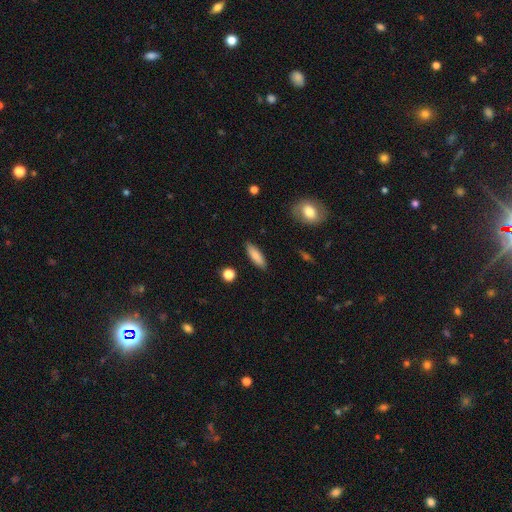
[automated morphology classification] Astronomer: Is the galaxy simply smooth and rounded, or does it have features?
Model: smooth — 84%.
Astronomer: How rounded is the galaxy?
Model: in between — 51% (runner-up: cigar-shaped, 47%).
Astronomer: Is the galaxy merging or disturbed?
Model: none — 89%.